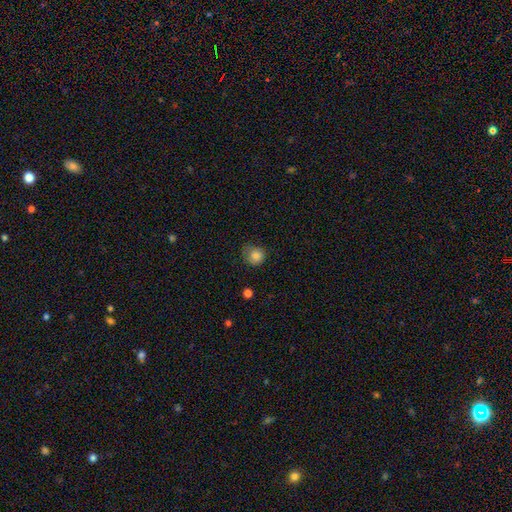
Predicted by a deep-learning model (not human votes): The model was most divided on "merging": none: 64%, minor disturbance: 27%, major disturbance: 7%, merger: 1%. More confident: how rounded — round (85%); smooth or featured — smooth (83%).